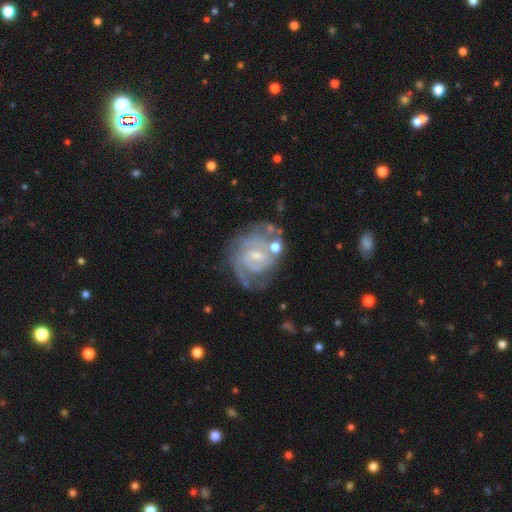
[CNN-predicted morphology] Smooth or featured? Predicted: featured or disk (p=0.87). Edge-on disk? Predicted: no (p=0.98). Bar? Predicted: weak (p=0.52). Spiral arms? Predicted: yes (p=0.95). Spiral winding? Predicted: tight (p=0.59). Spiral arm count? Predicted: 2 (p=0.45). Bulge size? Predicted: small (p=0.63). Merging? Predicted: none (p=0.60).